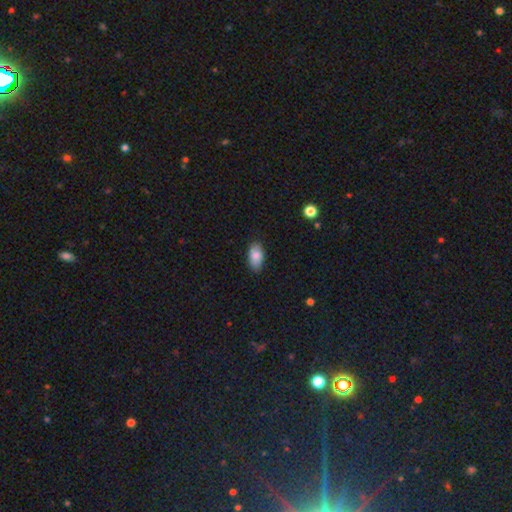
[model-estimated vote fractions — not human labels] smooth_or_featured: smooth (p=0.84) [alt: featured or disk p=0.09]
how_rounded: in between (p=0.93) [alt: cigar-shaped p=0.04]
merging: none (p=0.83) [alt: minor disturbance p=0.13]